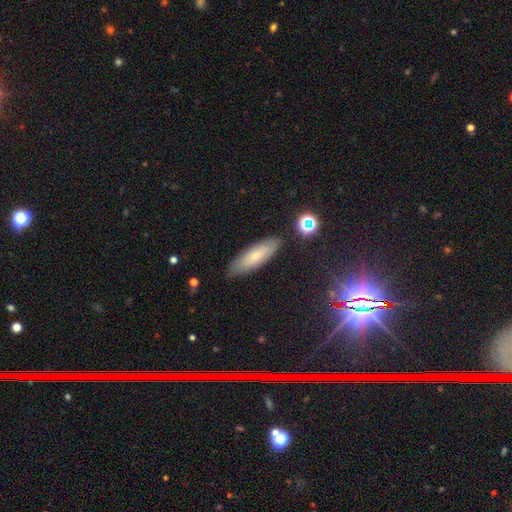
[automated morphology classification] A smooth galaxy with no disk features (67%) that is cigar-shaped (51%). Merging: none (85%).